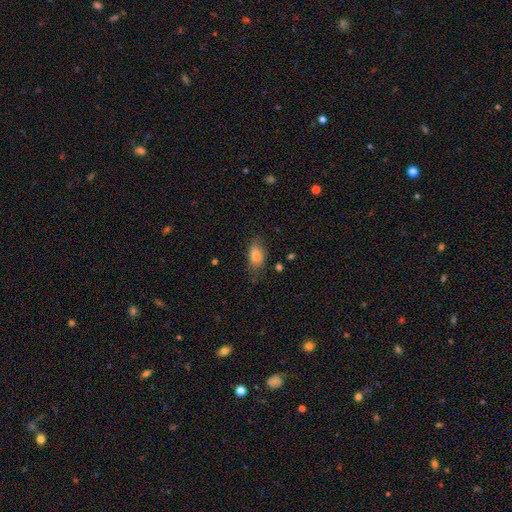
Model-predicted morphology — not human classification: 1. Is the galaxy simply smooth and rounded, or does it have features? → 79% smooth, 13% featured or disk, 8% star or artifact.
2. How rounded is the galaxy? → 86% in between, 8% round, 7% cigar-shaped.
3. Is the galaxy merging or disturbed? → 65% none, 26% minor disturbance, 7% major disturbance, 2% merger.